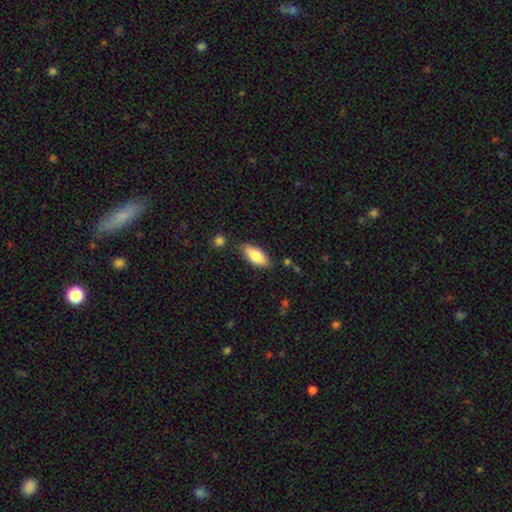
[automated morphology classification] smooth 81%, featured or disk 13%, star or artifact 6%. Down the decision tree: how rounded — in between (86%); merging — none (81%).